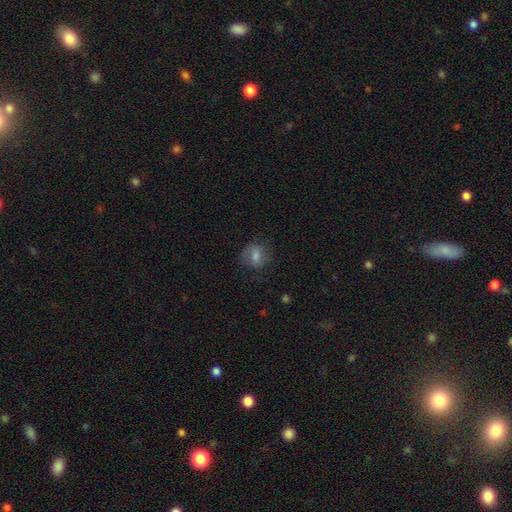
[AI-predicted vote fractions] A smooth galaxy with no disk features (64%) that is in between round and cigar-shaped (53%). Merging: none (65%).